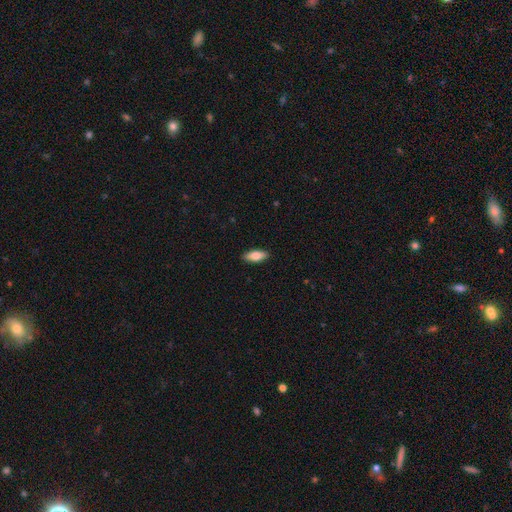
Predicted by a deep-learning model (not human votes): Overall: smooth (81%). How rounded: in between (79%). Merging: none (89%).